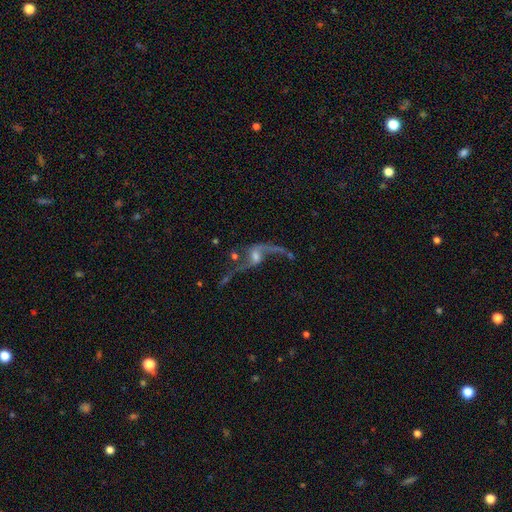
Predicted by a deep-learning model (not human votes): Smooth or featured? Predicted: featured or disk (p=0.82). Edge-on disk? Predicted: no (p=0.92). Bar? Predicted: no (p=0.49). Spiral arms? Predicted: yes (p=0.88). Spiral winding? Predicted: loose (p=0.92). Spiral arm count? Predicted: 2 (p=0.86). Bulge size? Predicted: moderate (p=0.47). Merging? Predicted: none (p=0.42).